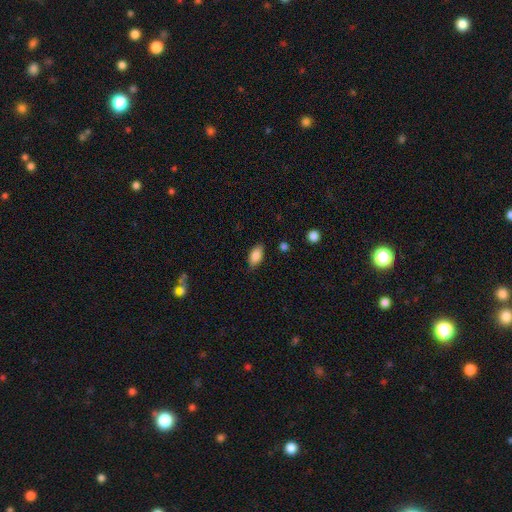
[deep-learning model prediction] smooth-or-featured: smooth: 86% | star or artifact: 7% | featured or disk: 7%
  how-rounded: in between: 91% | cigar-shaped: 6% | round: 3%
  merging: none: 84% | minor disturbance: 12% | major disturbance: 3% | merger: 1%